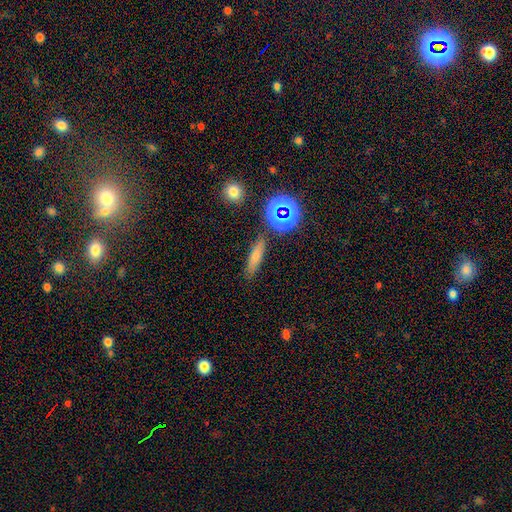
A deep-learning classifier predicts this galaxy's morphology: Smooth or featured? Predicted: smooth (p=0.67). How rounded? Predicted: cigar-shaped (p=0.69). Merging? Predicted: none (p=0.83).